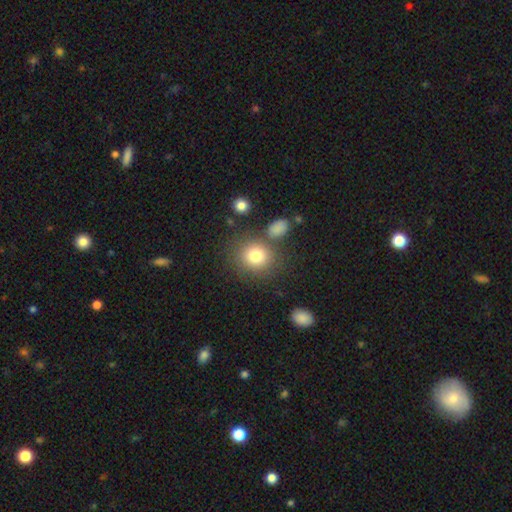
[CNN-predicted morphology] Overall: smooth (79%). How rounded: round (80%). Merging: none (73%).